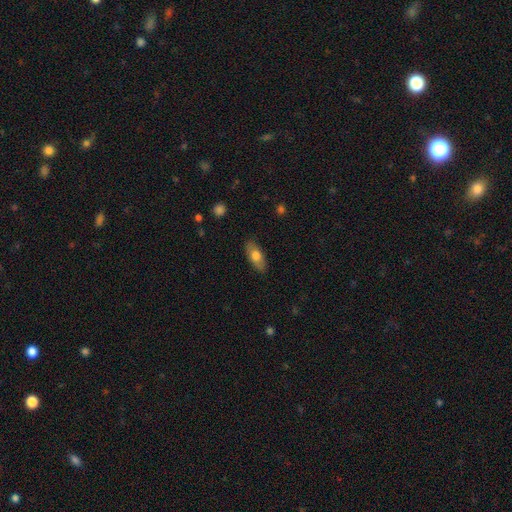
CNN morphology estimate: smooth_or_featured: smooth (p=0.71) [alt: featured or disk p=0.23]
how_rounded: in between (p=0.84) [alt: cigar-shaped p=0.13]
merging: none (p=0.85) [alt: minor disturbance p=0.11]